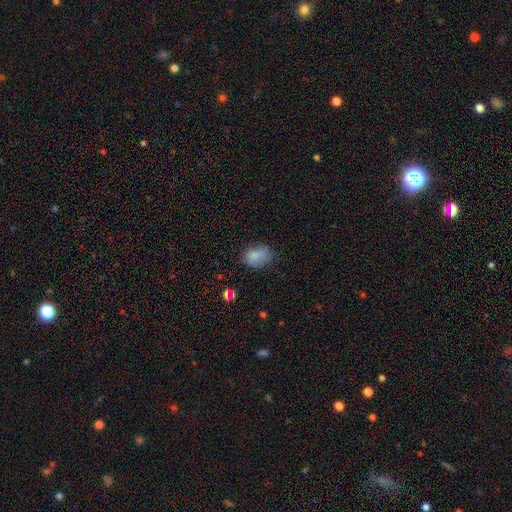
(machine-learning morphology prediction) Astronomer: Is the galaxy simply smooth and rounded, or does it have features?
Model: smooth — 79%.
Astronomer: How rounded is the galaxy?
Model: in between — 73%.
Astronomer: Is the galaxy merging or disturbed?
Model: none — 53% (runner-up: minor disturbance, 31%).